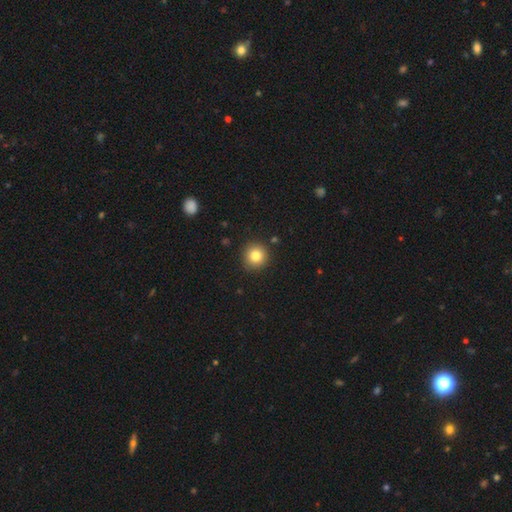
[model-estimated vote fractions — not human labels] A smooth galaxy with no disk features (82%) that is round (94%).

Vote fractions:
- Smooth or featured? smooth: 82% / star or artifact: 11% / featured or disk: 7%
- How rounded? round: 94% / in between: 5% / cigar-shaped: 1%
- Merging? none: 90% / minor disturbance: 6% / major disturbance: 2% / merger: 2%